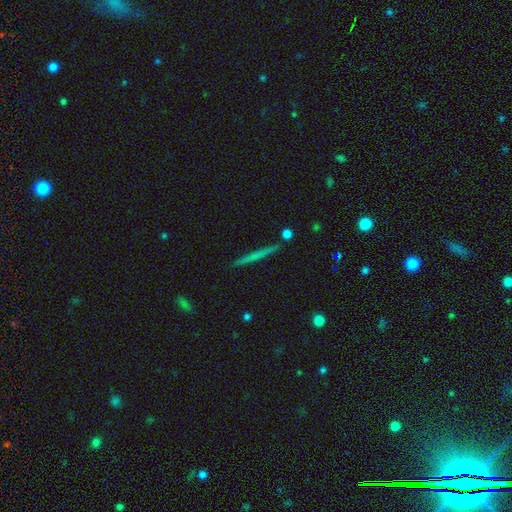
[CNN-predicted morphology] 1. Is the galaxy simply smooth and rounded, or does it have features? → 50% featured or disk, 43% smooth, 7% star or artifact.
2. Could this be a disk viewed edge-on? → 97% yes, 3% no.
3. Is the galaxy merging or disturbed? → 91% none, 6% minor disturbance, 2% merger, 1% major disturbance.